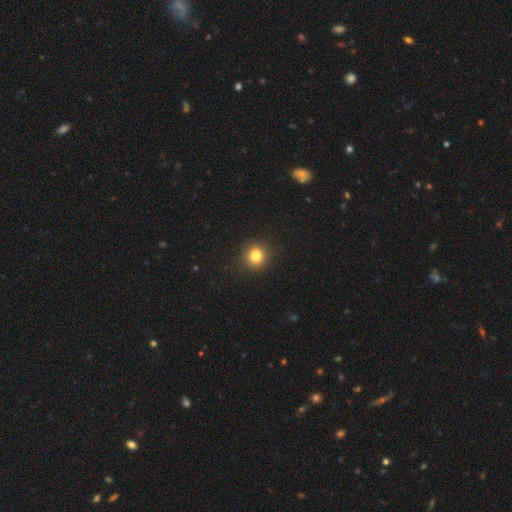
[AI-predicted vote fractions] Smooth or featured? Predicted: smooth (p=0.82). How rounded? Predicted: round (p=0.87). Merging? Predicted: none (p=0.89).